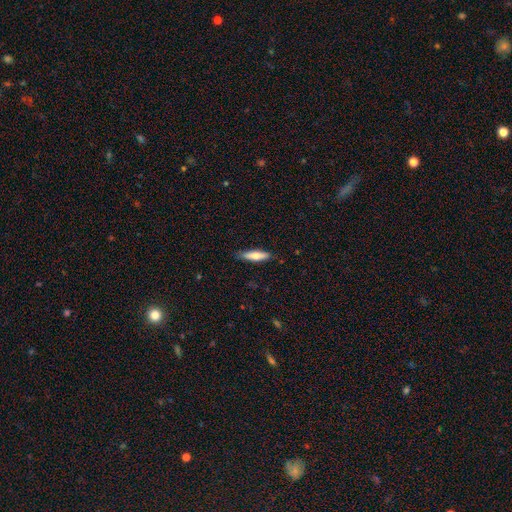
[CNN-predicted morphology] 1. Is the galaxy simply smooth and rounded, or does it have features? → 67% smooth, 27% featured or disk, 6% star or artifact.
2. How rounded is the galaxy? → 68% cigar-shaped, 30% in between, 2% round.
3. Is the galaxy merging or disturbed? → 85% none, 11% minor disturbance, 2% major disturbance, 1% merger.